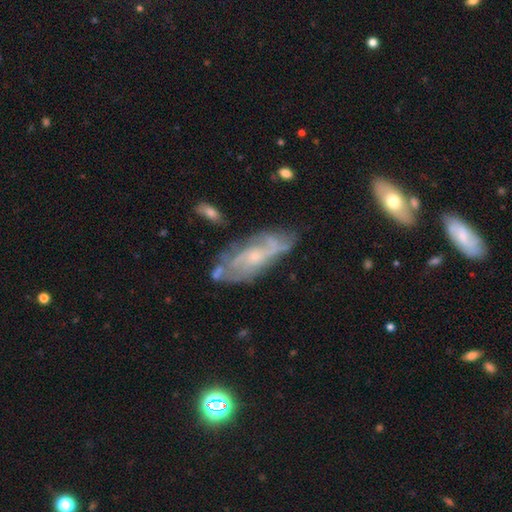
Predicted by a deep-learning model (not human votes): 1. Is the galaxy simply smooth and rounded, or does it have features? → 73% featured or disk, 19% smooth, 8% star or artifact.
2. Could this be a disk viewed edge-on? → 87% no, 13% yes.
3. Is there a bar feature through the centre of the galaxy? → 68% no, 27% weak, 5% strong.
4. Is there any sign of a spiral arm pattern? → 78% yes, 22% no.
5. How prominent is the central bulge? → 65% small, 27% moderate, 5% none, 2% large, 1% dominant.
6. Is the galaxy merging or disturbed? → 59% none, 25% minor disturbance, 10% major disturbance, 6% merger.